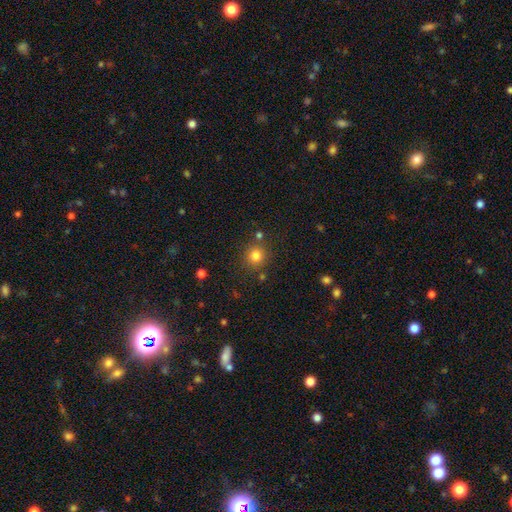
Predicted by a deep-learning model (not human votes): The model was most divided on "smooth or featured": smooth: 80%, star or artifact: 14%, featured or disk: 6%. More confident: how rounded — round (91%); merging — none (81%).